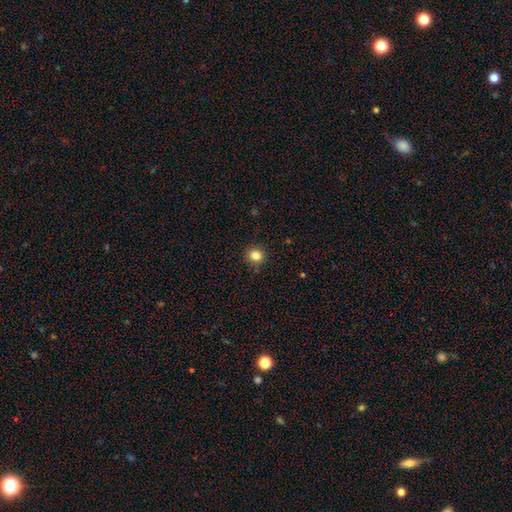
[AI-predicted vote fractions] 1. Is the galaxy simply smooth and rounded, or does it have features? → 83% smooth, 12% star or artifact, 5% featured or disk.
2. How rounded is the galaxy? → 82% round, 17% in between, 1% cigar-shaped.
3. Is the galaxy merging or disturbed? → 91% none, 6% minor disturbance, 2% major disturbance, 1% merger.